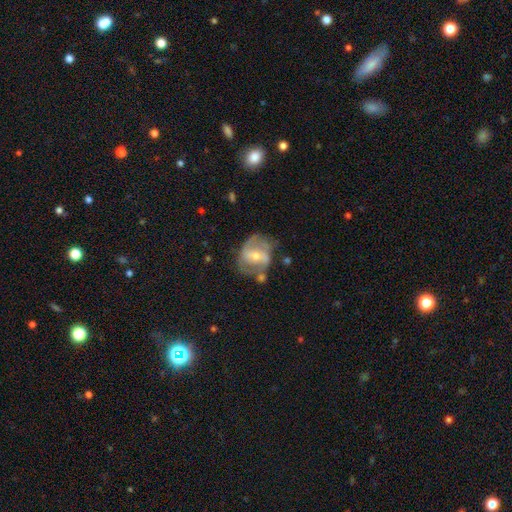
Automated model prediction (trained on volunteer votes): A featured or disk galaxy (74%) with a weak bar (44%), 2 (69%) medium (47%) spiral arms (82%) and a small central bulge (52%). Merging: none (54%).